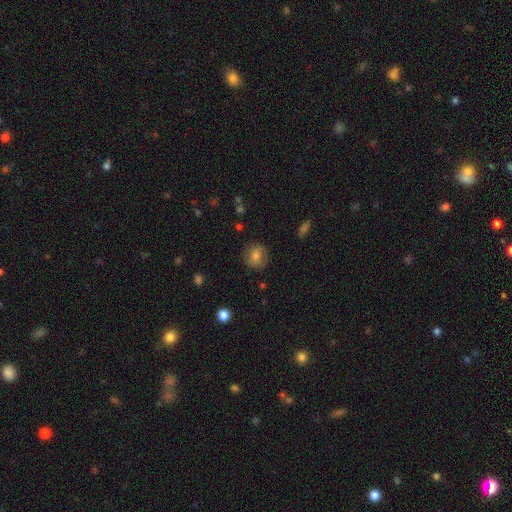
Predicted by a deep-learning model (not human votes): The model was most divided on "smooth or featured": smooth: 76%, featured or disk: 14%, star or artifact: 10%. More confident: merging — none (81%); how rounded — round (80%).